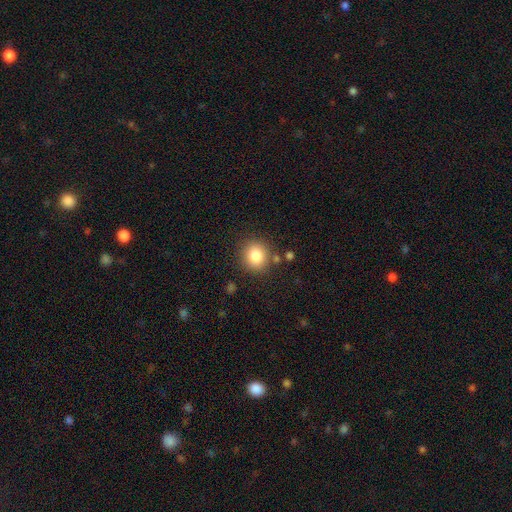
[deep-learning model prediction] Smooth or featured: smooth — 84% (star or artifact — 10%)
How rounded: round — 85% (in between — 14%)
Merging: none — 84% (minor disturbance — 9%)